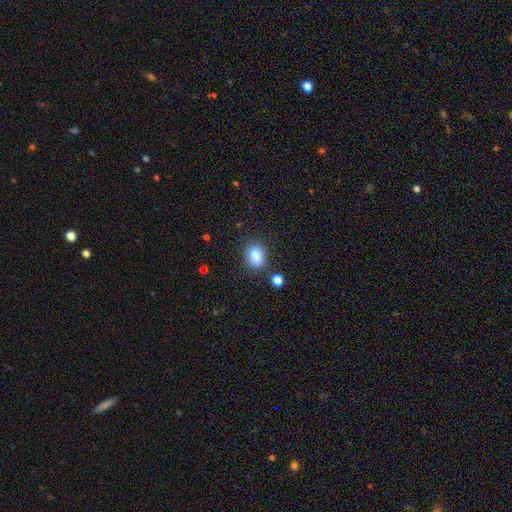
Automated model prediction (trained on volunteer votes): Smooth or featured? smooth (84%)
How rounded? in between (74%)
Merging? none (72%)